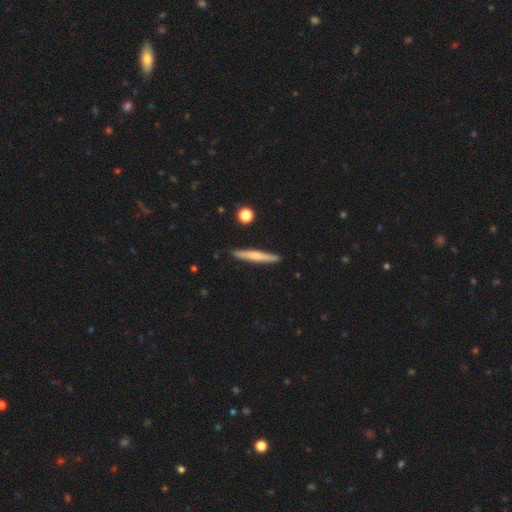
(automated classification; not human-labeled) Smooth or featured: smooth — 52% (featured or disk — 42%)
How rounded: cigar-shaped — 95% (in between — 4%)
Merging: none — 90% (minor disturbance — 7%)